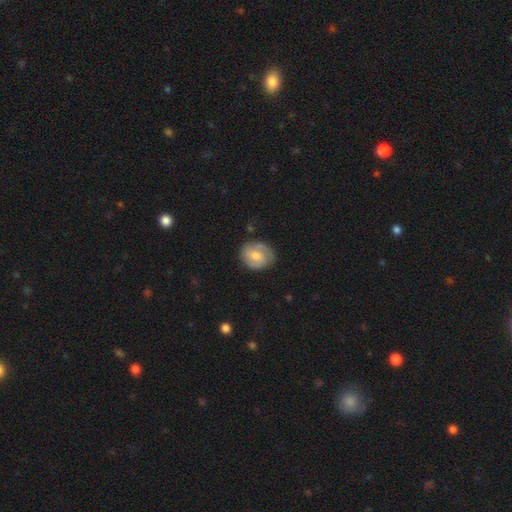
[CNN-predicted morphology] A featured or disk galaxy (52%) with a weak bar (45%, tied with no), spiral arms (81%) and a moderate central bulge (57%). Merging: none (72%).